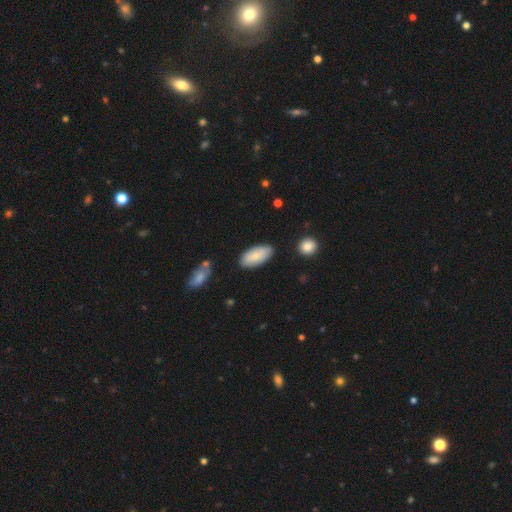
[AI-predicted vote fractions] This appears to be a smooth galaxy with no disk features (80%) that is in between round and cigar-shaped (92%). Merging: none (81%).